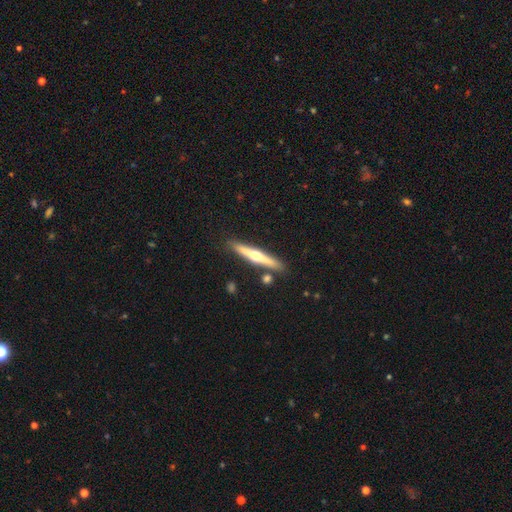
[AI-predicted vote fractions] The model was most divided on "smooth or featured": featured or disk: 64%, smooth: 30%, star or artifact: 5%. More confident: edge-on disk — yes (96%); edge-on bulge — rounded (93%); merging — none (85%).